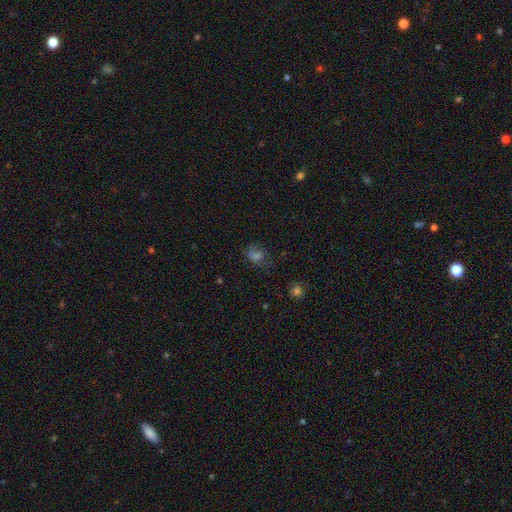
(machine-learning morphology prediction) Overall: smooth (47%; star or artifact 33%). Merging: none (62%).